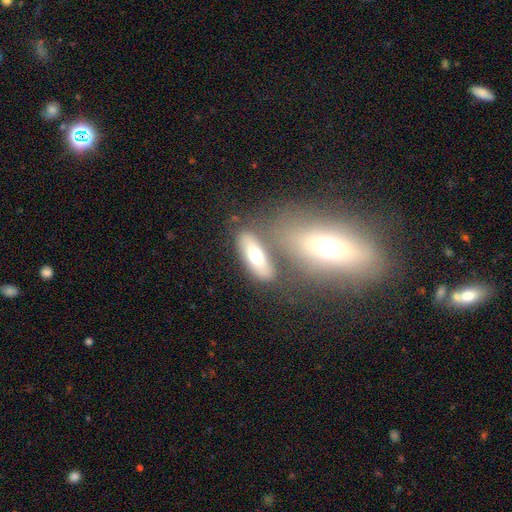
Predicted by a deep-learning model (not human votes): This is likely a smooth galaxy (65%). How rounded: likely in between (69%). Merging: possibly none (60%).